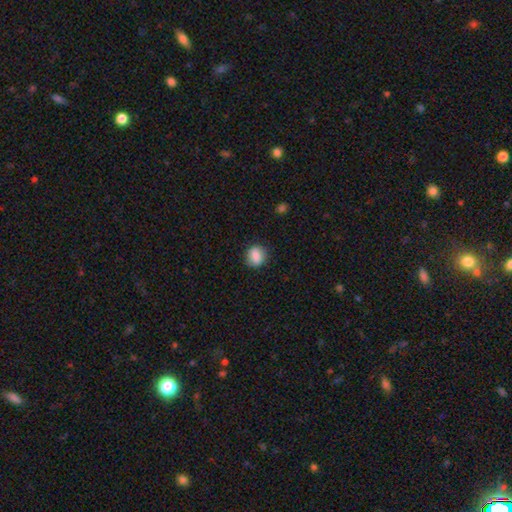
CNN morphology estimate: The model was most divided on "how rounded": round: 66%, in between: 33%, cigar-shaped: 1%. More confident: smooth or featured — smooth (86%); merging — none (83%).